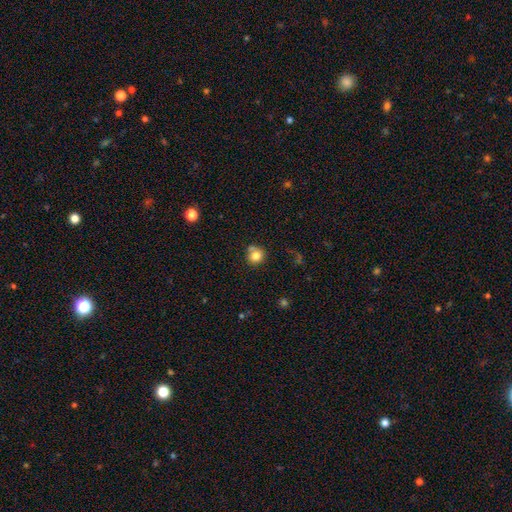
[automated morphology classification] This is clearly a smooth galaxy (80%). How rounded: clearly round (86%). Merging: likely none (64%).